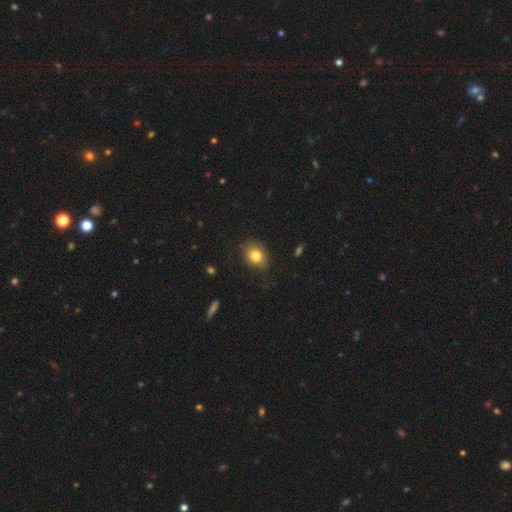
This is clearly a smooth galaxy (90%). How rounded: possibly in between (51%). Merging: likely none (74%).